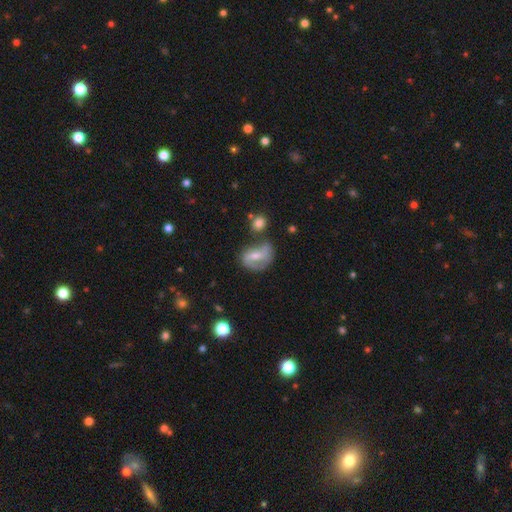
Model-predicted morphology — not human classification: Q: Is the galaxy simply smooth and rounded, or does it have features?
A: featured or disk — 60%.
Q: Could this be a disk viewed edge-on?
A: no — 95%.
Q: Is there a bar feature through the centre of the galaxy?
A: weak — 44%.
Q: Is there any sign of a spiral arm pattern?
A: yes — 74%.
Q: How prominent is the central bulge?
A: moderate — 45%, tied with small.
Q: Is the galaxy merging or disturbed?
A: none — 51%.